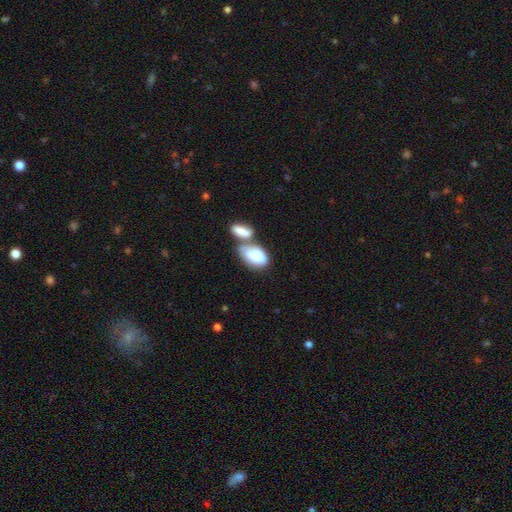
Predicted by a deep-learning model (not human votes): Smooth or featured: smooth — 76% (featured or disk — 18%)
How rounded: in between — 93% (round — 5%)
Merging: merger — 64% (none — 18%)